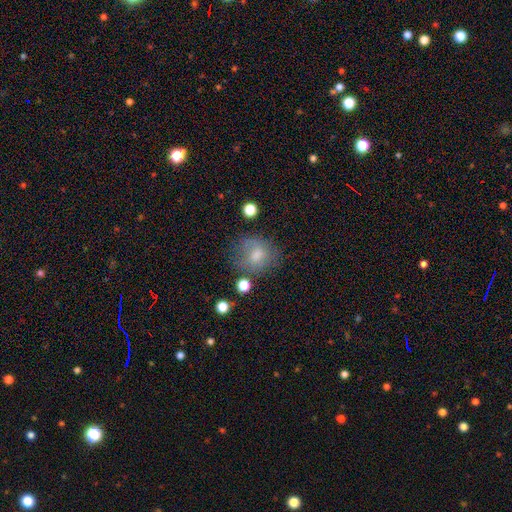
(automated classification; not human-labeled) This is likely a smooth galaxy (65%). How rounded: likely round (66%). Merging: possibly none (58%).